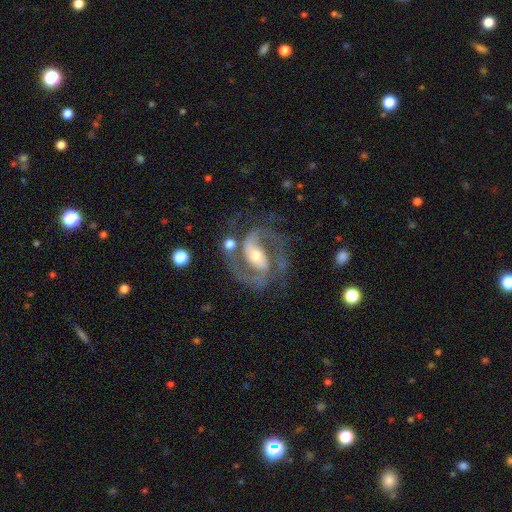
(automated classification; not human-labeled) Overall: featured or disk (92%). Edge-on disk: no (98%). Bar: strong (42%; weak 37%). Spiral arms: yes (98%). Spiral arm count: 2 (89%). Spiral winding: medium (63%; tight 25%). Bulge size: moderate (56%; small 36%). Merging: none (69%).